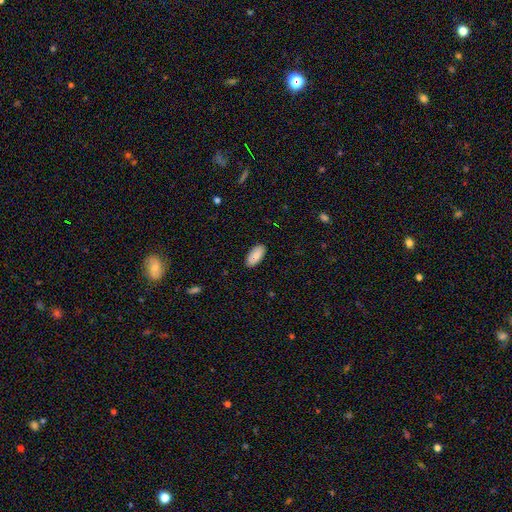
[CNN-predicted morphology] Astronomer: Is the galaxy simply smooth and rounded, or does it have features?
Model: smooth — 87%.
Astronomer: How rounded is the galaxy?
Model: in between — 93%.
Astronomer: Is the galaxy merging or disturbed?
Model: none — 89%.